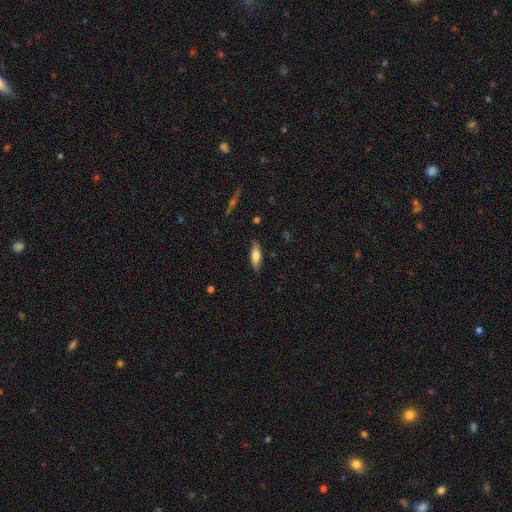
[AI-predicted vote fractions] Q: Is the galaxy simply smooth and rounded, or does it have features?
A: smooth — 65%.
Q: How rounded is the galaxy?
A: in between — 55%.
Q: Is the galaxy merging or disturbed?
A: none — 85%.